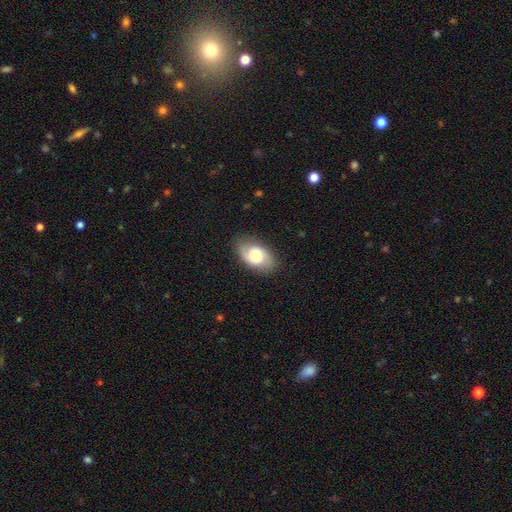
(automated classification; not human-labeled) The model was most divided on "smooth or featured": featured or disk: 48%, smooth: 44%, star or artifact: 7%. More confident: merging — none (80%).